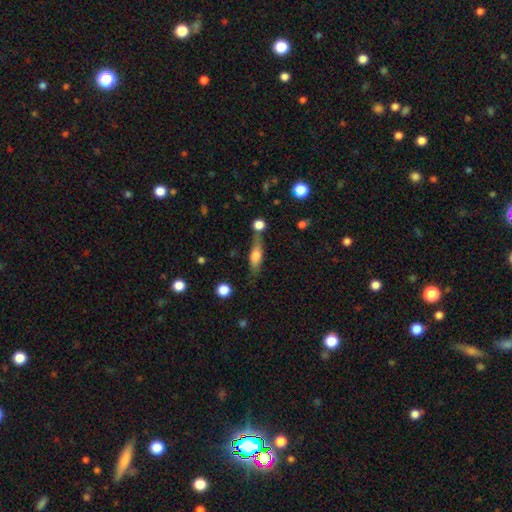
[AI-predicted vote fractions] Smooth or featured: smooth — 59% (featured or disk — 33%)
How rounded: cigar-shaped — 49% (in between — 47%)
Merging: none — 58% (minor disturbance — 20%)